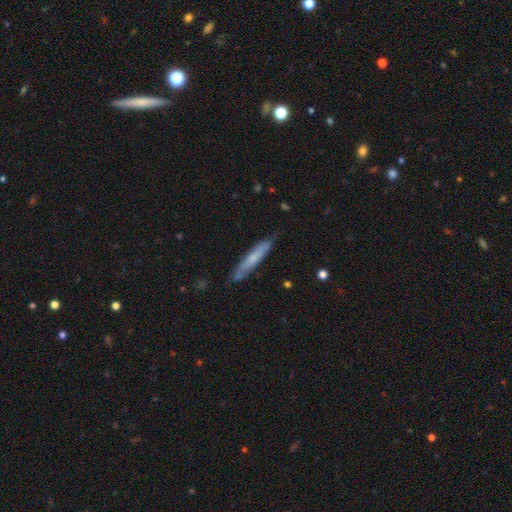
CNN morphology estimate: Smooth or featured? Predicted: smooth (p=0.59). How rounded? Predicted: cigar-shaped (p=0.91). Merging? Predicted: none (p=0.77).